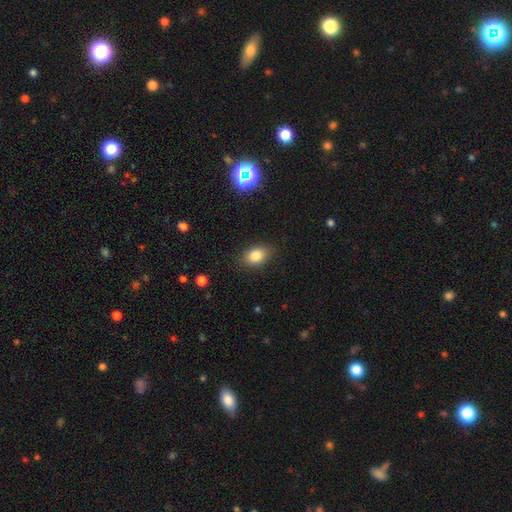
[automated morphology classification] Q: Smooth or featured?
A: smooth (83%); runner-up: star or artifact (10%)
Q: How rounded?
A: in between (78%); runner-up: round (21%)
Q: Merging?
A: none (84%); runner-up: minor disturbance (11%)